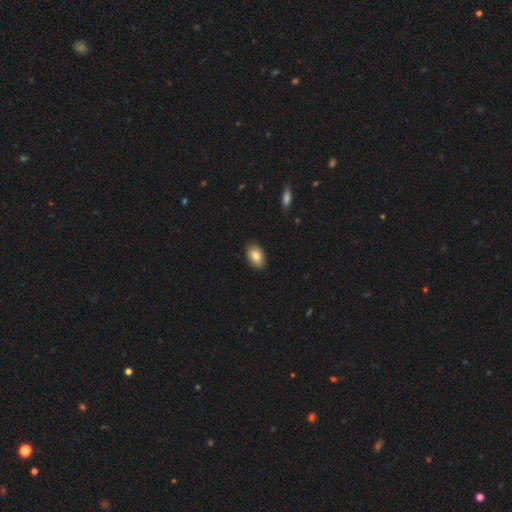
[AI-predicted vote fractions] Smooth or featured? Predicted: smooth (p=0.85). How rounded? Predicted: in between (p=0.91). Merging? Predicted: none (p=0.88).